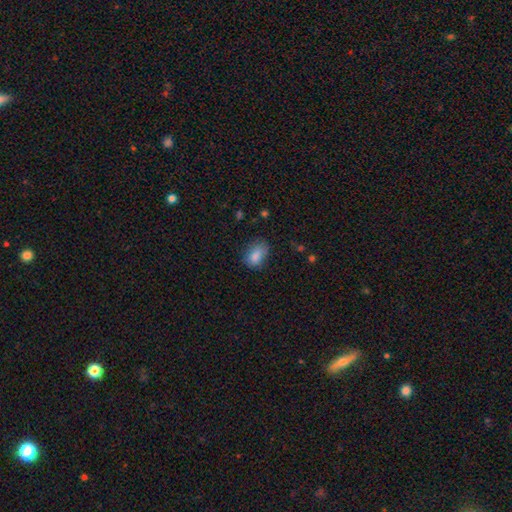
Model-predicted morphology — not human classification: Smooth or featured? Predicted: smooth (p=0.85). How rounded? Predicted: in between (p=0.81). Merging? Predicted: none (p=0.65).